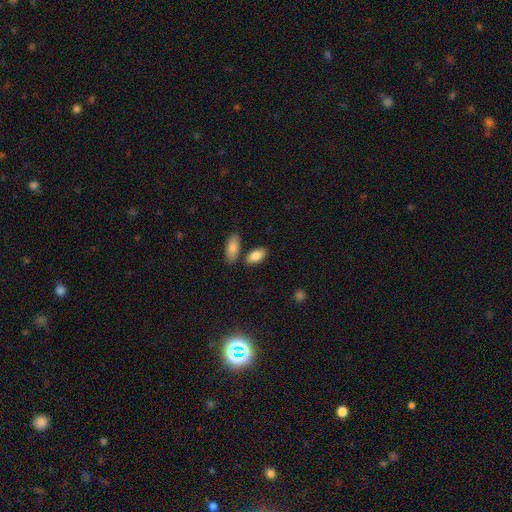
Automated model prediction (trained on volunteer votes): Q: Smooth or featured?
A: smooth (86%); runner-up: featured or disk (8%)
Q: How rounded?
A: in between (91%); runner-up: cigar-shaped (5%)
Q: Merging?
A: none (74%); runner-up: merger (12%)